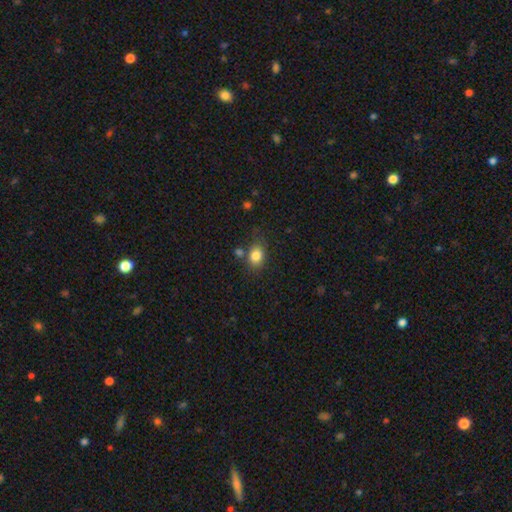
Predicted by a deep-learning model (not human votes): smooth 83%, star or artifact 10%, featured or disk 7%. Down the decision tree: how rounded — in between (64%); merging — none (68%).